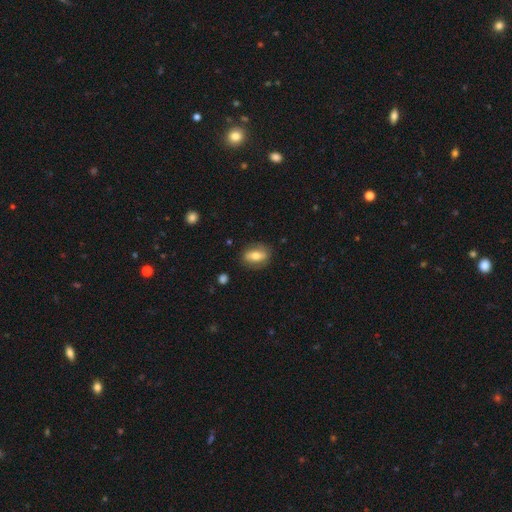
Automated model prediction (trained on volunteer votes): A smooth galaxy with no disk features (63%) that is in between round and cigar-shaped (74%).

Vote fractions:
- Smooth or featured? smooth: 63% / featured or disk: 30% / star or artifact: 7%
- How rounded? in between: 74% / round: 17% / cigar-shaped: 9%
- Merging? none: 82% / minor disturbance: 13% / major disturbance: 3% / merger: 1%